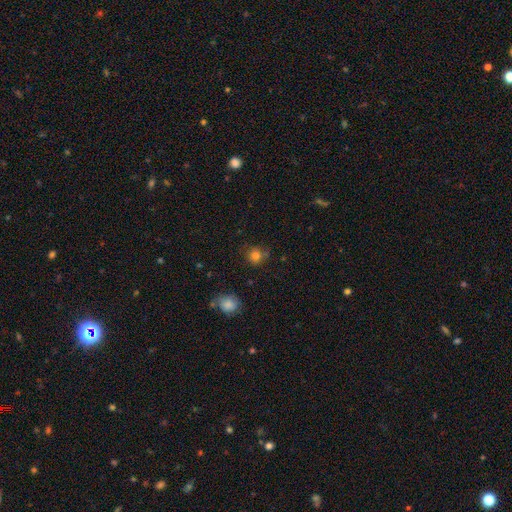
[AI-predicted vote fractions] Morphology: type=smooth (80%); roundness=round (87%); merging=none (70%).